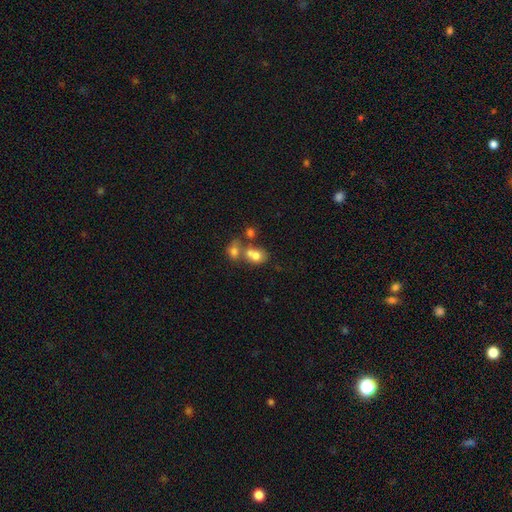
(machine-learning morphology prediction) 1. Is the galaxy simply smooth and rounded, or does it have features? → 71% smooth, 17% featured or disk, 12% star or artifact.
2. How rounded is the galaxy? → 54% in between, 45% round, 1% cigar-shaped.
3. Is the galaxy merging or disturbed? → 56% merger, 29% none, 9% minor disturbance, 5% major disturbance.